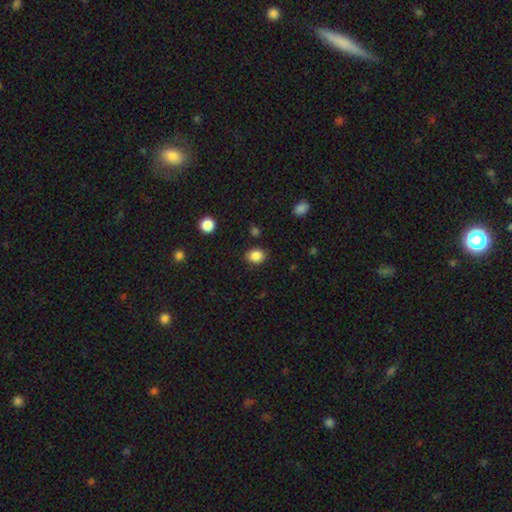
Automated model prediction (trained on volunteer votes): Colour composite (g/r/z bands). It shows a smooth galaxy with no disk features (86%) that is round (61%). Merging: none (85%).